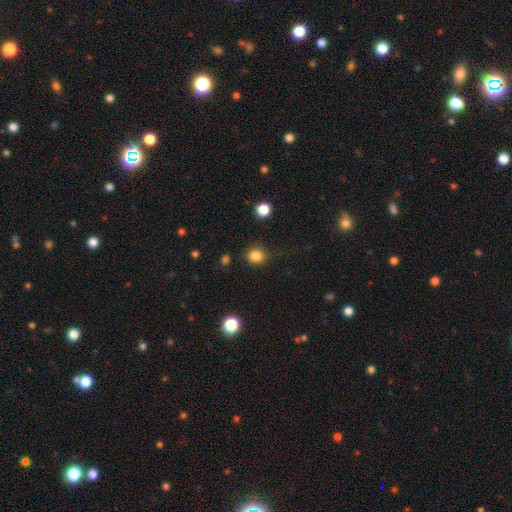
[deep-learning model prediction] smooth 84%, star or artifact 12%, featured or disk 4%. Down the decision tree: how rounded — round (86%); merging — none (86%).